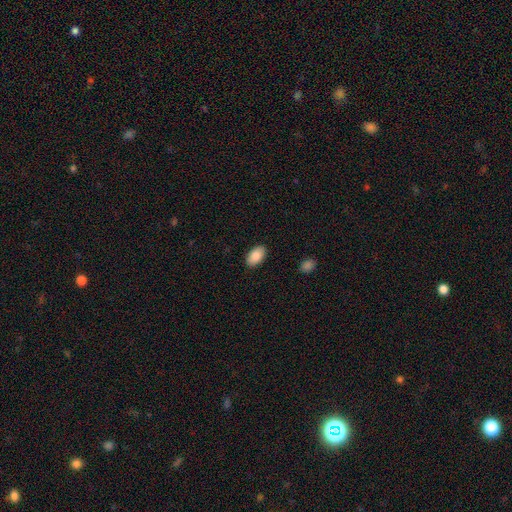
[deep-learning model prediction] smooth-or-featured: smooth: 89% | star or artifact: 6% | featured or disk: 5%
  how-rounded: in between: 94% | round: 4% | cigar-shaped: 1%
  merging: none: 89% | minor disturbance: 8% | major disturbance: 2% | merger: 1%